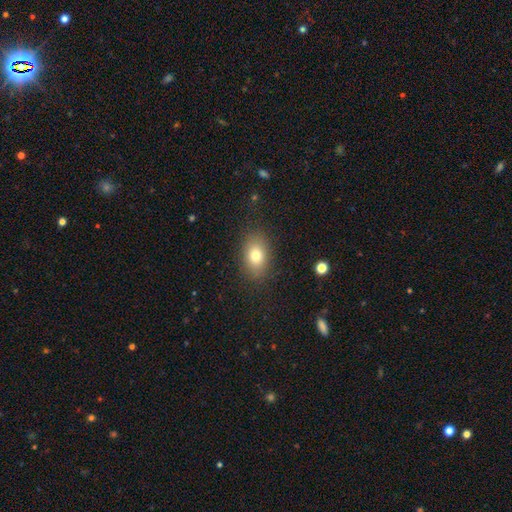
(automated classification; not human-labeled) Smooth or featured? smooth (78%)
How rounded? in between (81%)
Merging? none (83%)